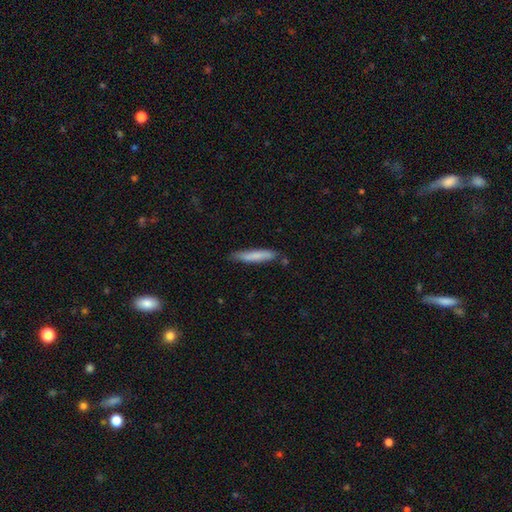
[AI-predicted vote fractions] A smooth galaxy with no disk features (78%) that is cigar-shaped (91%). Merging: none (79%).